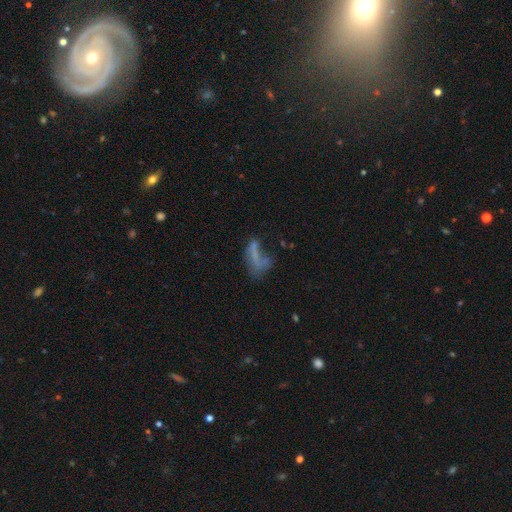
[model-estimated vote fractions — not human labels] Smooth or featured: smooth — 44% (featured or disk — 37%)
Merging: major disturbance — 41% (none — 28%)